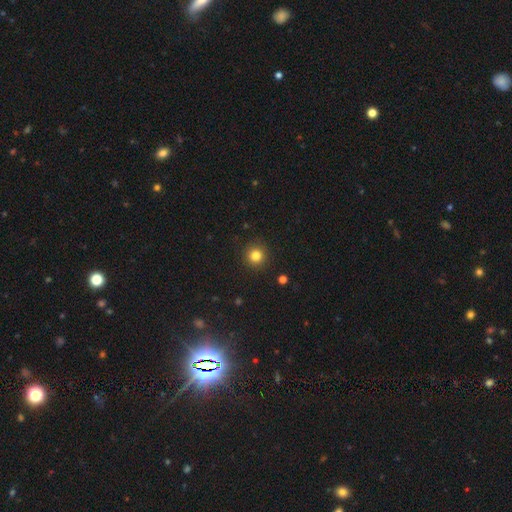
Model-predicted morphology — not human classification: Smooth or featured? smooth (82%)
How rounded? round (95%)
Merging? none (92%)